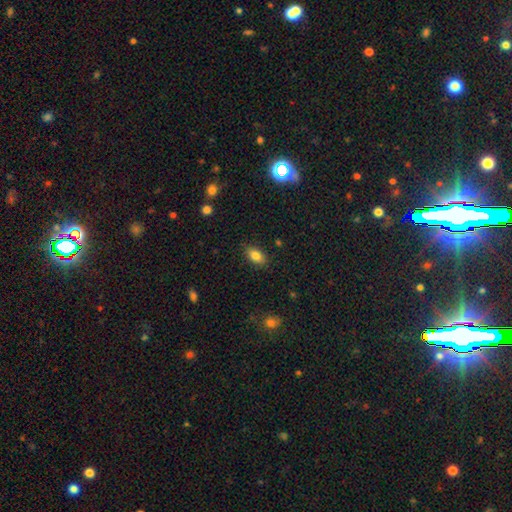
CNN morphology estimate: Smooth or featured? Predicted: smooth (p=0.84). How rounded? Predicted: in between (p=0.89). Merging? Predicted: none (p=0.85).